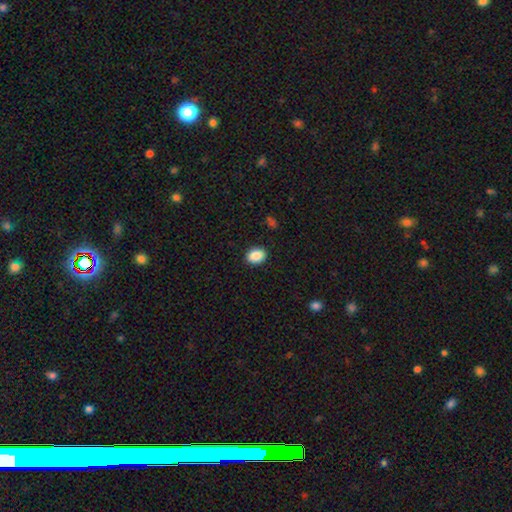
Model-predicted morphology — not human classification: This is clearly a smooth galaxy (89%). How rounded: likely in between (66%). Merging: clearly none (90%).